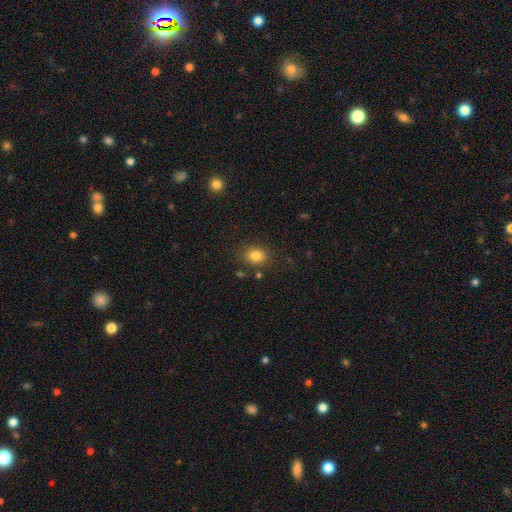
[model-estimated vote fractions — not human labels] Overall: smooth (82%). How rounded: in between (51%; round 48%). Merging: none (83%).